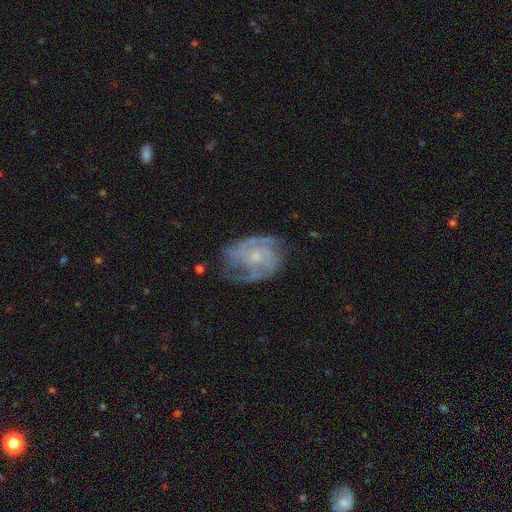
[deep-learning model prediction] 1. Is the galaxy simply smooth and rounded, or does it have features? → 84% featured or disk, 10% smooth, 6% star or artifact.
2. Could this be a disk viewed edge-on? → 97% no, 3% yes.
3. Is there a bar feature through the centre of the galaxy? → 72% no, 24% weak, 4% strong.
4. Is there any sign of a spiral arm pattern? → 93% yes, 7% no.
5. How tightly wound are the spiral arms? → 46% tight, 42% medium, 12% loose.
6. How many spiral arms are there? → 46% 2, 21% 3, 20% can't tell, 5% 4, 4% 1, 4% more than 4.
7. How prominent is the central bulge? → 63% small, 29% moderate, 6% none, 2% large, 1% dominant.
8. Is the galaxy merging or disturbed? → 65% none, 22% minor disturbance, 12% major disturbance, 2% merger.